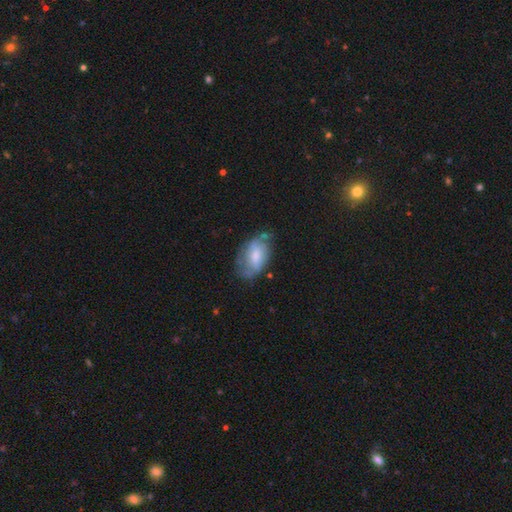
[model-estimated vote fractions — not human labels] Overall: smooth (49%; featured or disk 44%). Merging: none (48%; minor disturbance 33%).